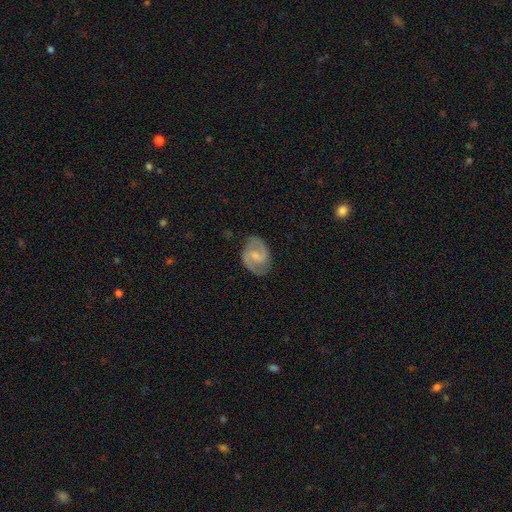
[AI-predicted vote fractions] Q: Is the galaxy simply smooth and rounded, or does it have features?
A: featured or disk — 83%.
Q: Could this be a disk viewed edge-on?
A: no — 98%.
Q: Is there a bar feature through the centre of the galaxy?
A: weak — 58%.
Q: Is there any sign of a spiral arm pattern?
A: yes — 96%.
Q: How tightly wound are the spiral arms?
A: medium — 59%.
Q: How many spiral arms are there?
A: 2 — 92%.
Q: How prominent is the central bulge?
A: small — 49%.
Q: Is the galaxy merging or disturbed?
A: none — 80%.